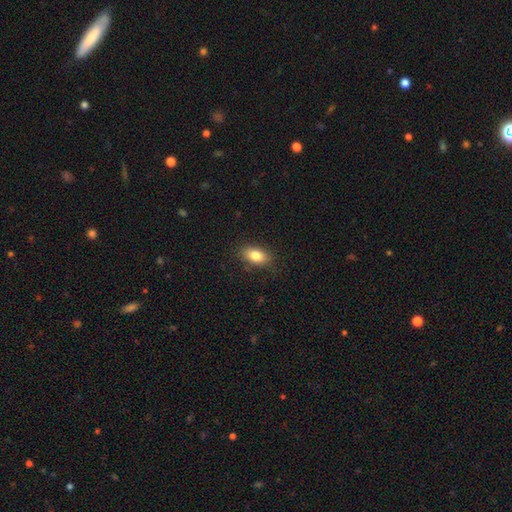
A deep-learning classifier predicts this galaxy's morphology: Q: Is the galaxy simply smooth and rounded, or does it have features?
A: smooth — 82%.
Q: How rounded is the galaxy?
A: in between — 87%.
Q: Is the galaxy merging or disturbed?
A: none — 84%.